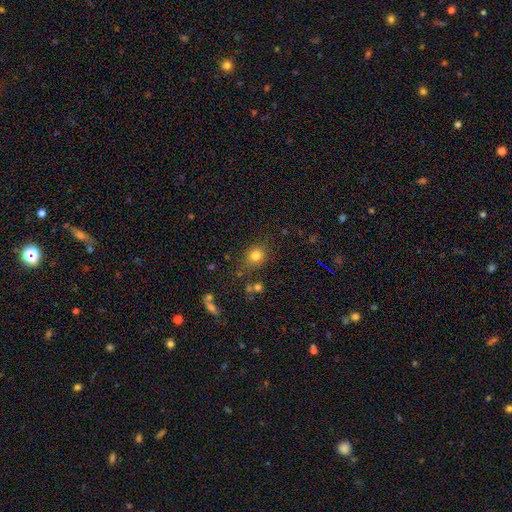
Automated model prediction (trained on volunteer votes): Overall: smooth (79%). How rounded: round (67%; in between 32%). Merging: none (77%).